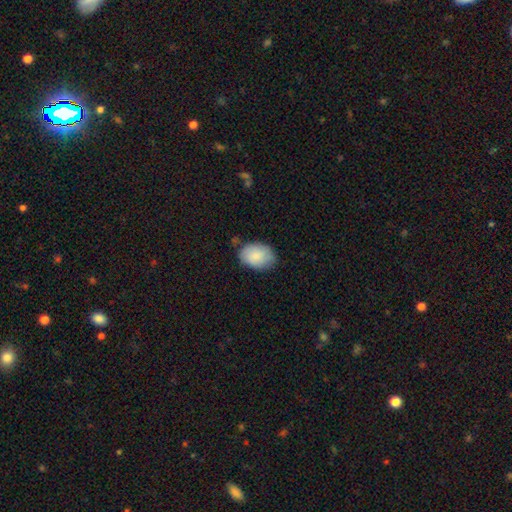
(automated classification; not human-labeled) Overall: smooth (86%). How rounded: in between (84%). Merging: none (74%).